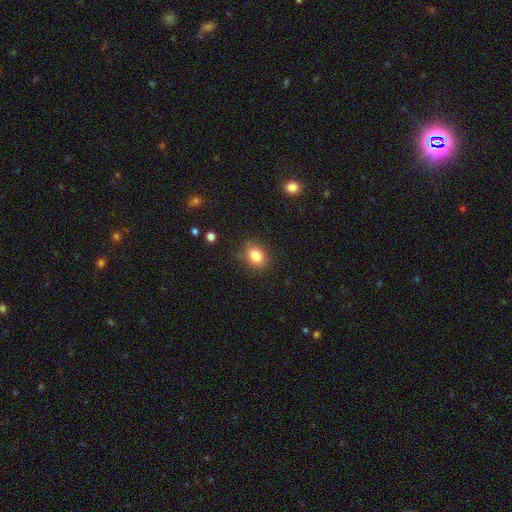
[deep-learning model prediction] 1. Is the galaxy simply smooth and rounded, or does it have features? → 83% smooth, 10% star or artifact, 7% featured or disk.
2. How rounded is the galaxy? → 55% in between, 43% round, 1% cigar-shaped.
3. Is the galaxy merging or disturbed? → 82% none, 13% minor disturbance, 3% major disturbance, 2% merger.